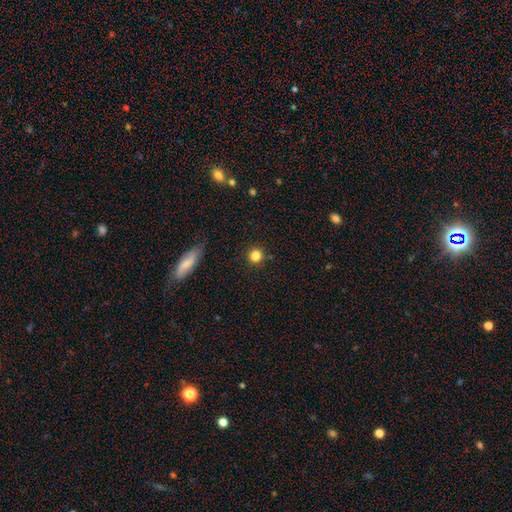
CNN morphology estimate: A smooth galaxy with no disk features (83%) that is round (89%). Merging: none (87%).